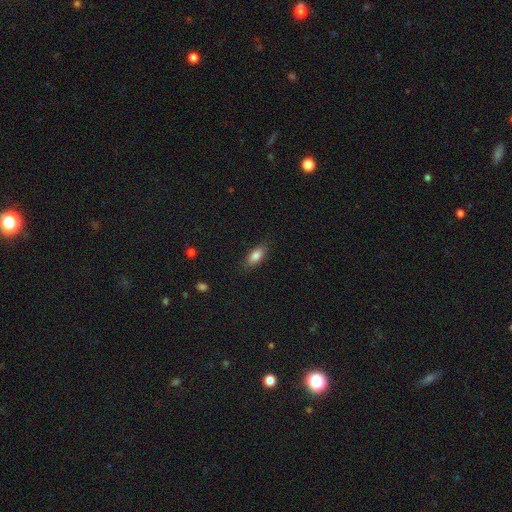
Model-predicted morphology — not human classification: smooth 82%, featured or disk 10%, star or artifact 8%. Down the decision tree: how rounded — in between (84%); merging — none (84%).